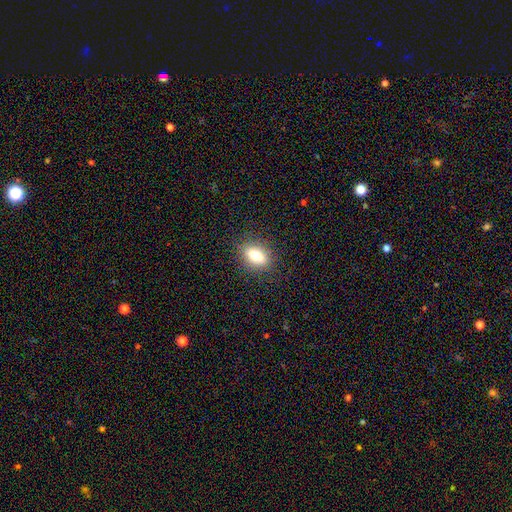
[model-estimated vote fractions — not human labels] Smooth or featured? smooth (74%)
How rounded? in between (77%)
Merging? none (87%)